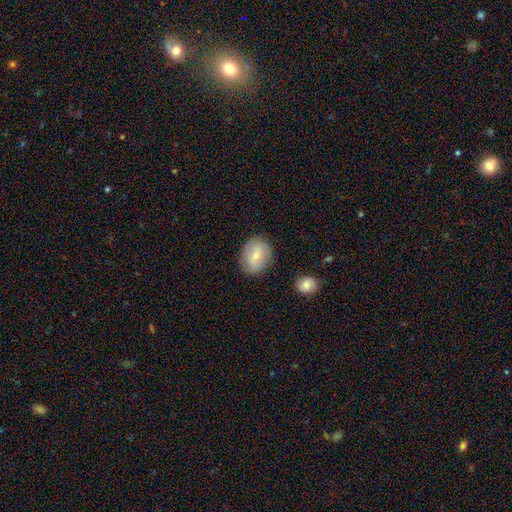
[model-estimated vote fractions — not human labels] The model was most divided on "how rounded": in between: 58%, round: 40%, cigar-shaped: 1%. More confident: merging — none (82%); smooth or featured — smooth (72%).